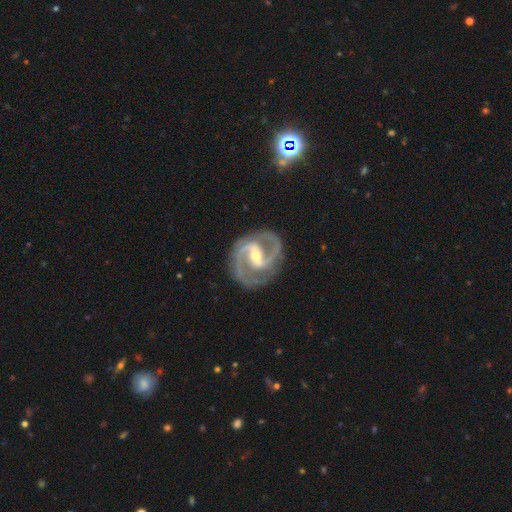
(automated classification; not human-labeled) Smooth or featured? featured or disk (93%)
Edge-on disk? no (98%)
Bar? strong (50%)
Spiral arms? yes (98%)
Spiral winding? medium (62%)
Spiral arm count? 2 (90%)
Bulge size? small (51%)
Merging? none (83%)